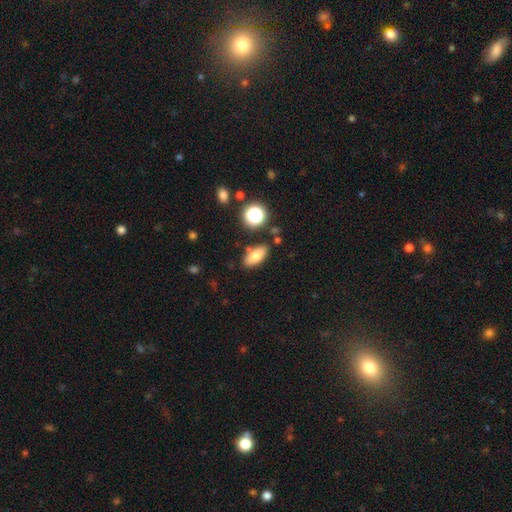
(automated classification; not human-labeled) smooth 77%, featured or disk 13%, star or artifact 10%. Down the decision tree: how rounded — in between (82%); merging — none (81%).